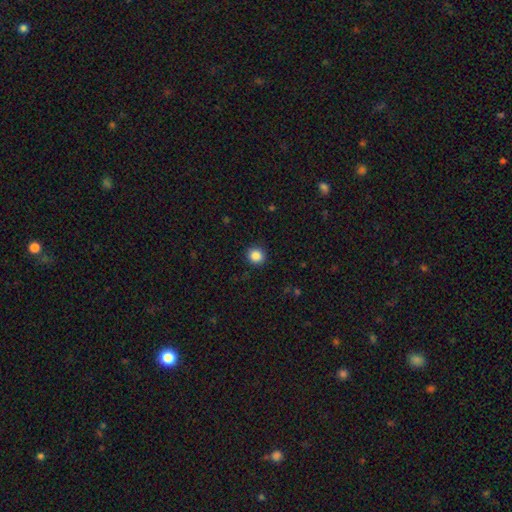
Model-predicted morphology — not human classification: Smooth or featured? Predicted: smooth (p=0.87). How rounded? Predicted: round (p=0.89). Merging? Predicted: none (p=0.92).